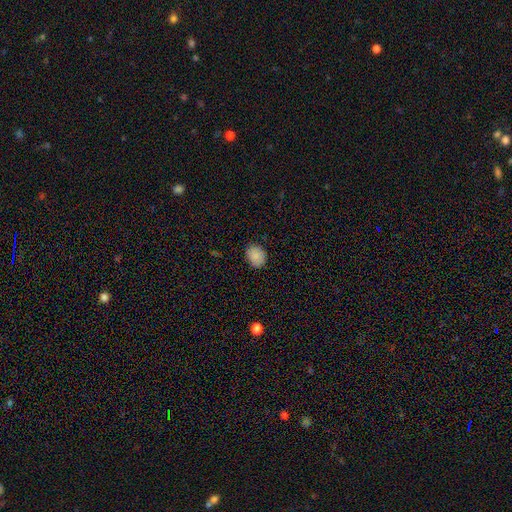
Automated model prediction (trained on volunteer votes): Morphology: type=smooth (87%); roundness=round (50%); merging=none (84%).